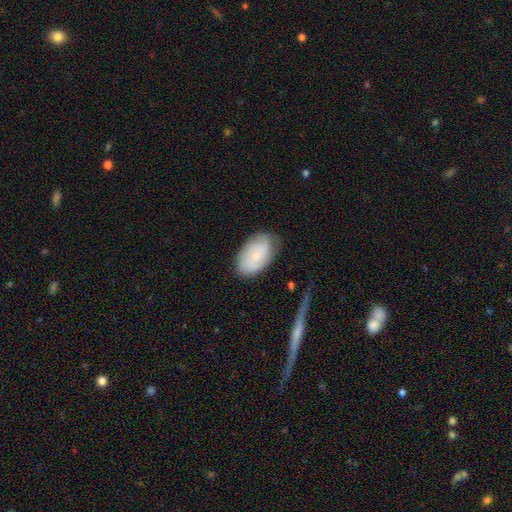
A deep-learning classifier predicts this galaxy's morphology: smooth 51%, featured or disk 42%, star or artifact 7%. Down the decision tree: how rounded — in between (90%); merging — none (71%).